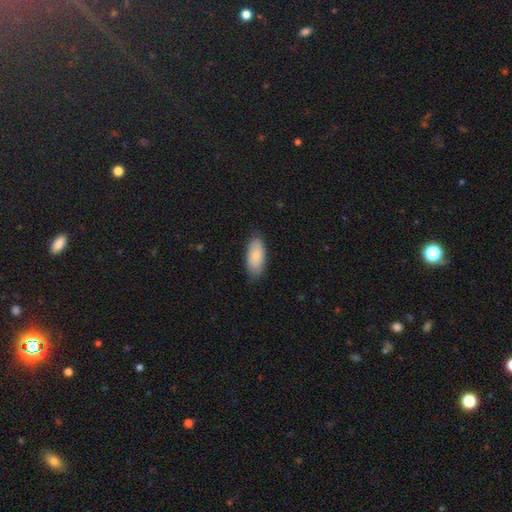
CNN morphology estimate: Overall: smooth (84%). How rounded: in between (89%). Merging: none (80%).